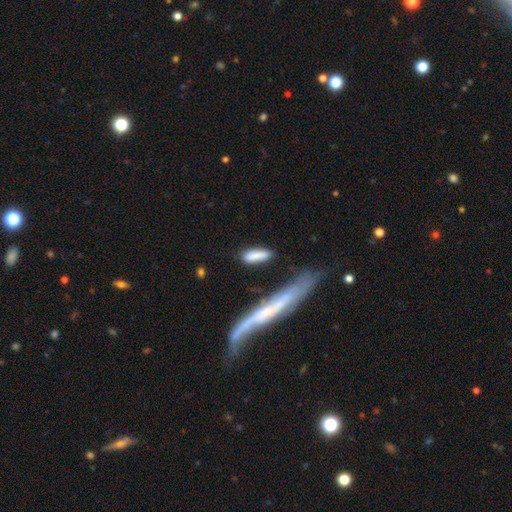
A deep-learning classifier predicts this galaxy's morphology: This is clearly a smooth galaxy (80%). How rounded: possibly cigar-shaped (51%). Merging: likely none (67%).